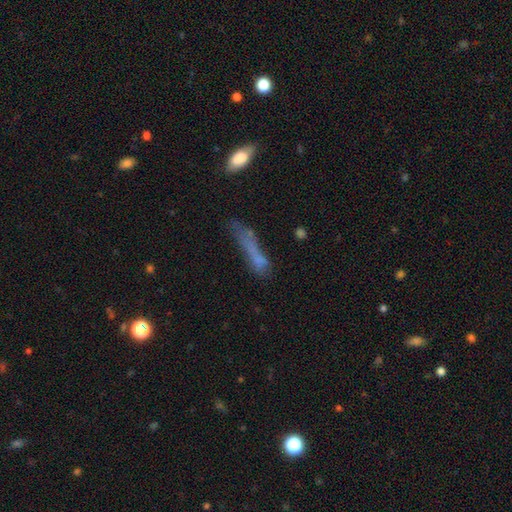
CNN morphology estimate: This is possibly a smooth galaxy (60%). How rounded: likely cigar-shaped (79%). Merging: marginally none (37%).